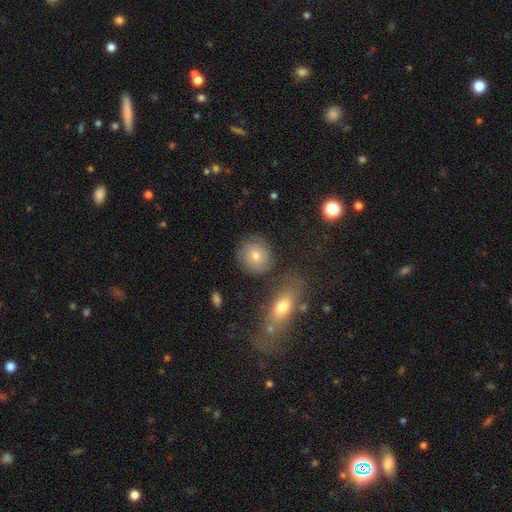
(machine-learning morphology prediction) smooth 66%, featured or disk 23%, star or artifact 11%. Down the decision tree: how rounded — round (86%); merging — none (78%).